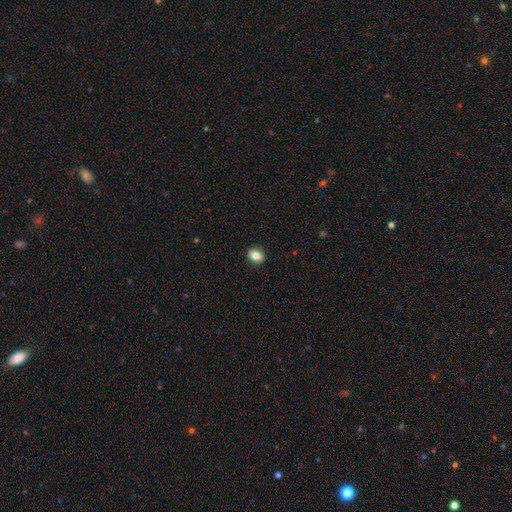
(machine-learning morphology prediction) Overall: smooth (82%). How rounded: in between (55%; round 44%). Merging: none (90%).